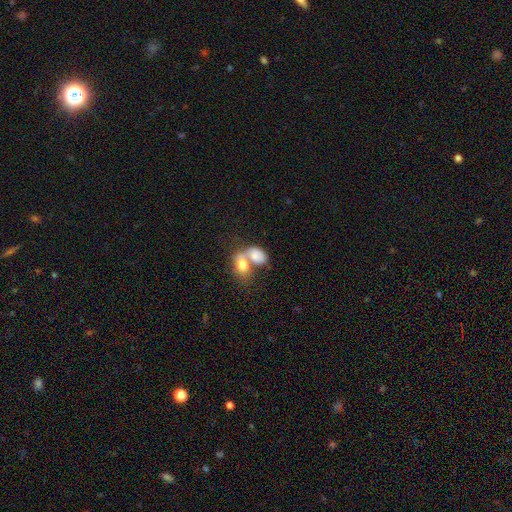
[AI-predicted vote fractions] Smooth or featured: smooth — 72% (featured or disk — 20%)
How rounded: in between — 78% (round — 20%)
Merging: merger — 73% (none — 14%)